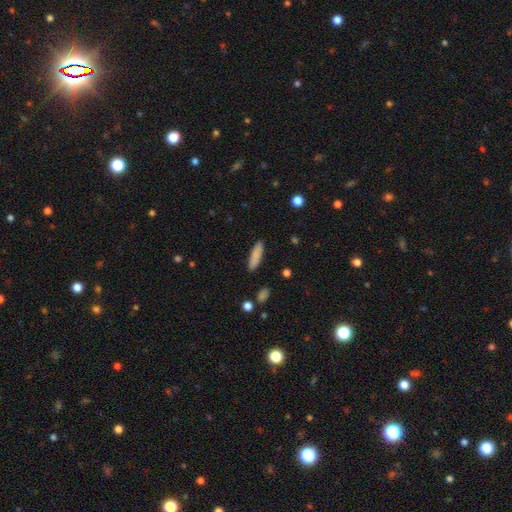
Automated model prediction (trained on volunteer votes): smooth_or_featured: smooth (p=0.86) [alt: featured or disk p=0.07]
how_rounded: cigar-shaped (p=0.68) [alt: in between p=0.30]
merging: none (p=0.89) [alt: minor disturbance p=0.08]